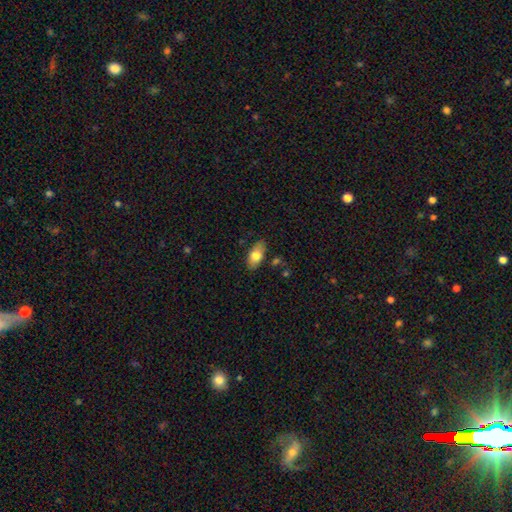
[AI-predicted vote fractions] smooth 75%, featured or disk 18%, star or artifact 7%. Down the decision tree: how rounded — in between (89%); merging — none (82%).